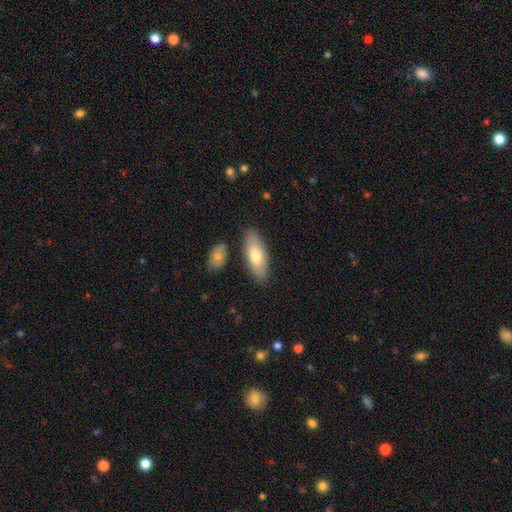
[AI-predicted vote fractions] This appears to be a smooth galaxy with no disk features (73%) that is in between round and cigar-shaped (74%). Merging: none (84%).